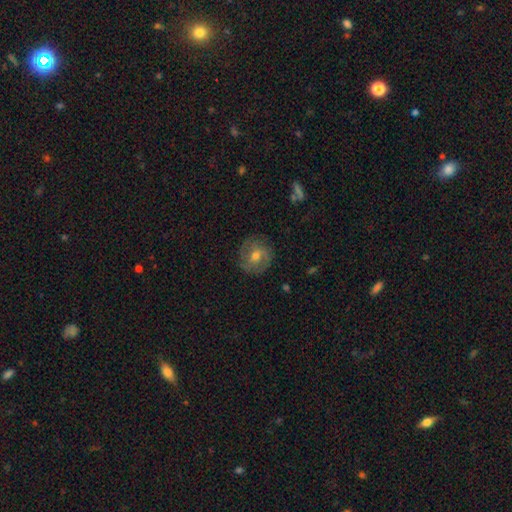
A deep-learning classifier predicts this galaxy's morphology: smooth_or_featured: featured or disk (p=0.55) [alt: smooth p=0.36]
disk_edge_on: no (p=0.96) [alt: yes p=0.04]
bar: no (p=0.50) [alt: weak p=0.40]
has_spiral_arms: yes (p=0.78) [alt: no p=0.22]
bulge_size: moderate (p=0.69) [alt: small p=0.25]
merging: none (p=0.80) [alt: minor disturbance p=0.14]